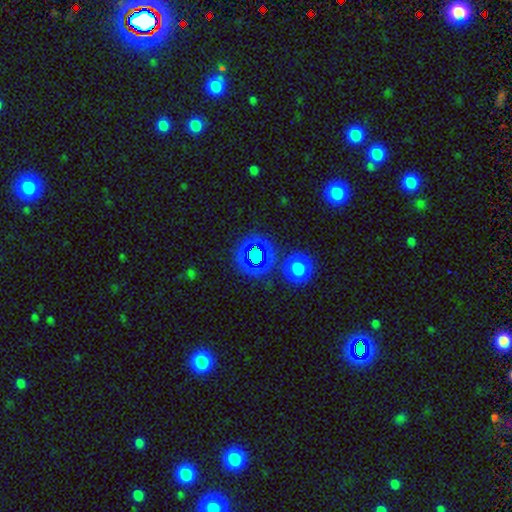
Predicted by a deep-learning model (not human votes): A star or artifact, not a galaxy (56%).

Vote fractions:
- Smooth or featured? star or artifact: 56% / smooth: 32% / featured or disk: 11%